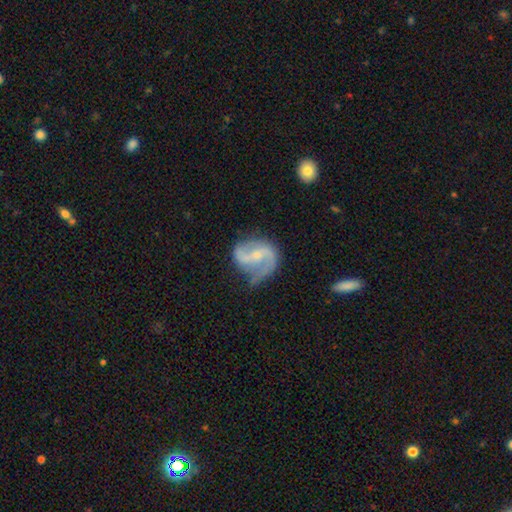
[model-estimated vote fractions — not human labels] Smooth or featured? featured or disk (86%)
Edge-on disk? no (98%)
Bar? weak (43%)
Spiral arms? yes (96%)
Spiral winding? medium (46%)
Spiral arm count? 2 (89%)
Bulge size? small (62%)
Merging? none (63%)